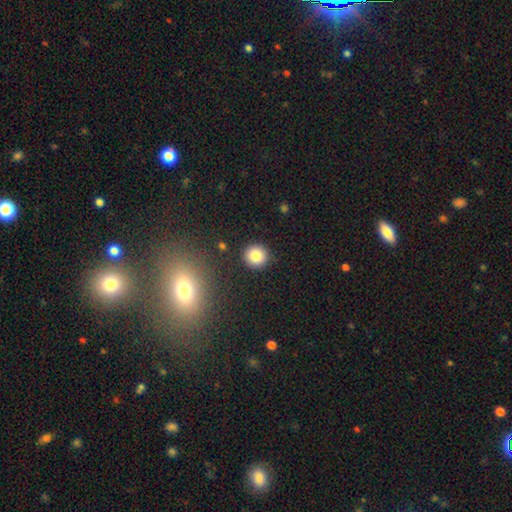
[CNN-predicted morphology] Smooth or featured? smooth (83%)
How rounded? round (93%)
Merging? none (91%)